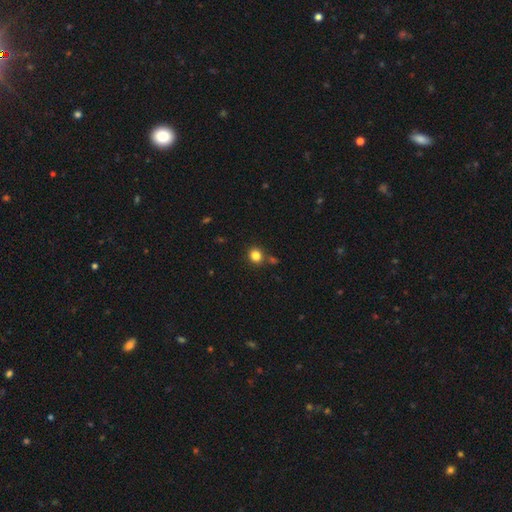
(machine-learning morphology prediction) smooth 83%, star or artifact 12%, featured or disk 5%. Down the decision tree: how rounded — round (80%); merging — none (79%).